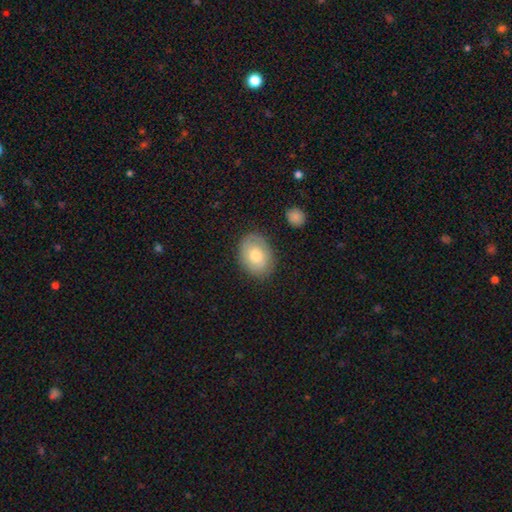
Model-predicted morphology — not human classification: Smooth or featured? Predicted: smooth (p=0.64). How rounded? Predicted: in between (p=0.71). Merging? Predicted: none (p=0.79).